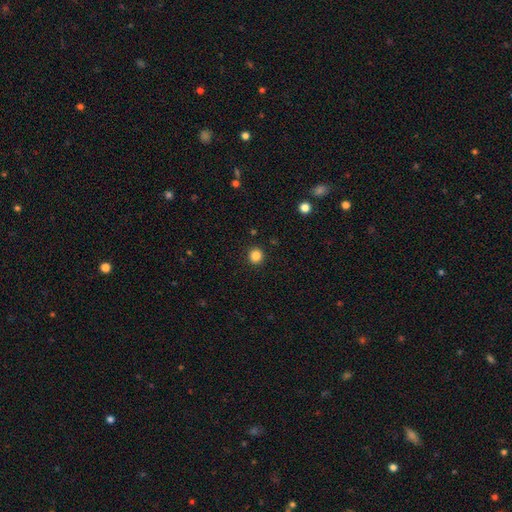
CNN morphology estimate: A smooth galaxy with no disk features (85%) that is round (92%). Merging: none (92%).